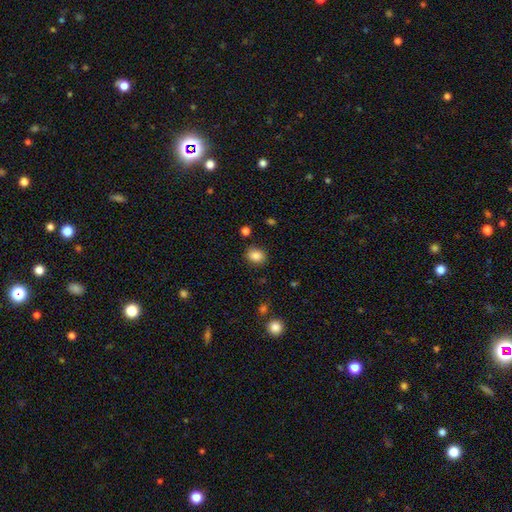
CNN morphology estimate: type=smooth (85%); roundness=round (53%); merging=none (85%).